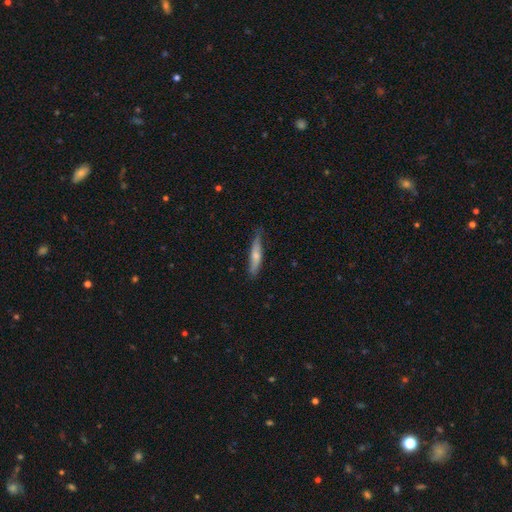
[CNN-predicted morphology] Q: Smooth or featured?
A: smooth (61%); runner-up: featured or disk (34%)
Q: How rounded?
A: cigar-shaped (82%); runner-up: in between (17%)
Q: Merging?
A: none (72%); runner-up: minor disturbance (23%)